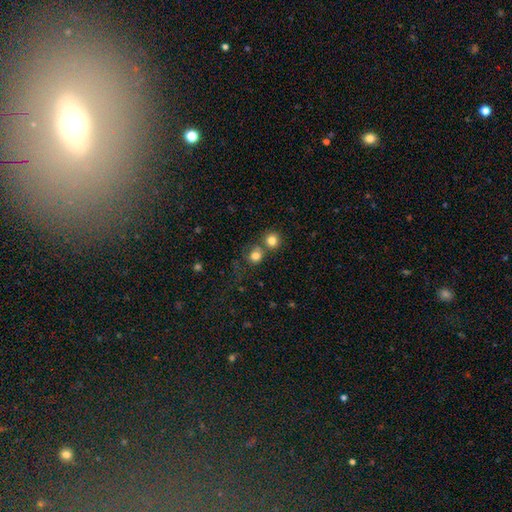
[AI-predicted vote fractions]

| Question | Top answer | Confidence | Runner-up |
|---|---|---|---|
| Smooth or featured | smooth | 79% | star or artifact (12%) |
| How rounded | round | 84% | in between (15%) |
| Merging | none | 49% | merger (37%) |